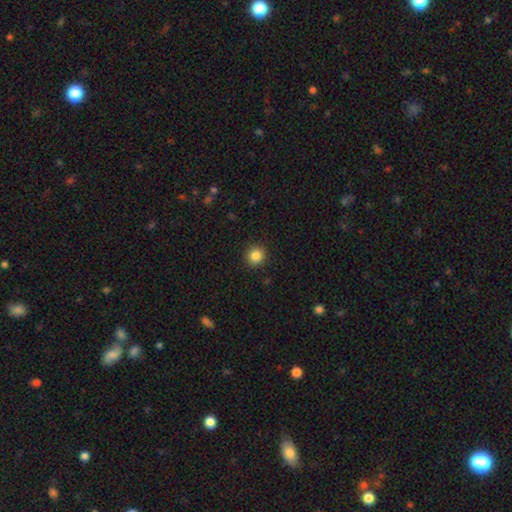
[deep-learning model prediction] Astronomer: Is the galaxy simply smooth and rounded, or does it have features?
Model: smooth — 85%.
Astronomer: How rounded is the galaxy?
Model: round — 91%.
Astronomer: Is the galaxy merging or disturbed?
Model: none — 92%.